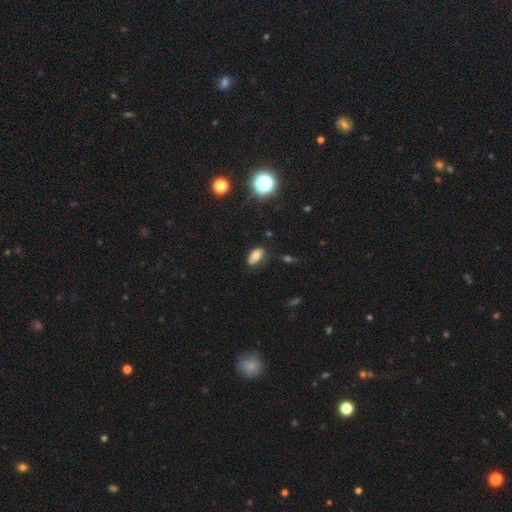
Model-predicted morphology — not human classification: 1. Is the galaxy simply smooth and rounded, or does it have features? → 67% smooth, 18% featured or disk, 14% star or artifact.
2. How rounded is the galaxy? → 90% in between, 7% round, 3% cigar-shaped.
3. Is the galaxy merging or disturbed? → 67% none, 23% minor disturbance, 6% major disturbance, 3% merger.